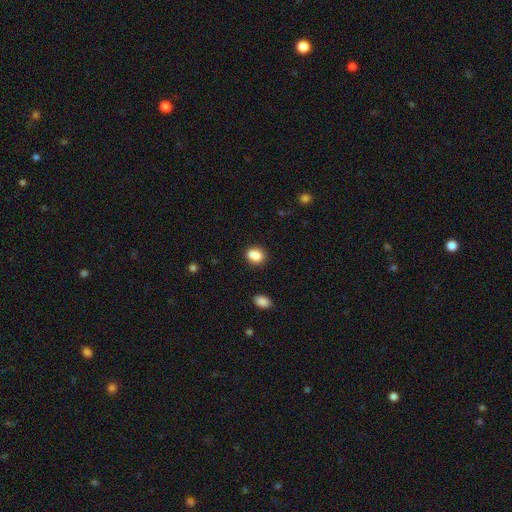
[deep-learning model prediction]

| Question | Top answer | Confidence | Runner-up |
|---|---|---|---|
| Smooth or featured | smooth | 86% | star or artifact (10%) |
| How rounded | round | 50% | in between (49%) |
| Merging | none | 76% | minor disturbance (14%) |